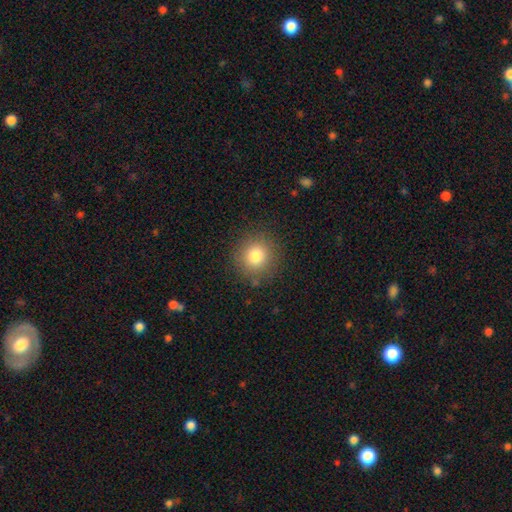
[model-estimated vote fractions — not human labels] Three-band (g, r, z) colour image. It shows a smooth galaxy with no disk features (81%) that is round (91%). Merging: none (88%).